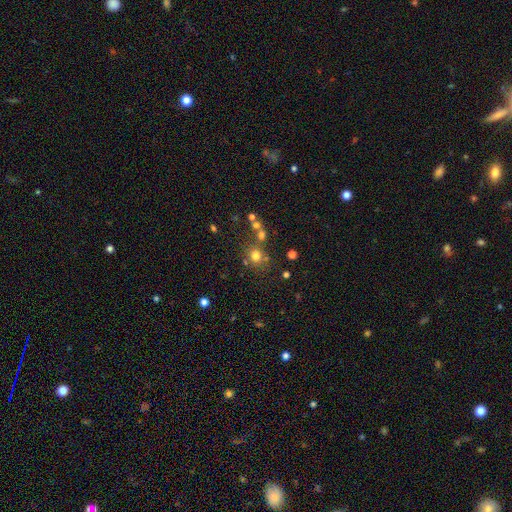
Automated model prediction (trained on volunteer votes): Smooth or featured: smooth — 71% (star or artifact — 19%)
How rounded: round — 85% (in between — 14%)
Merging: none — 65% (merger — 19%)